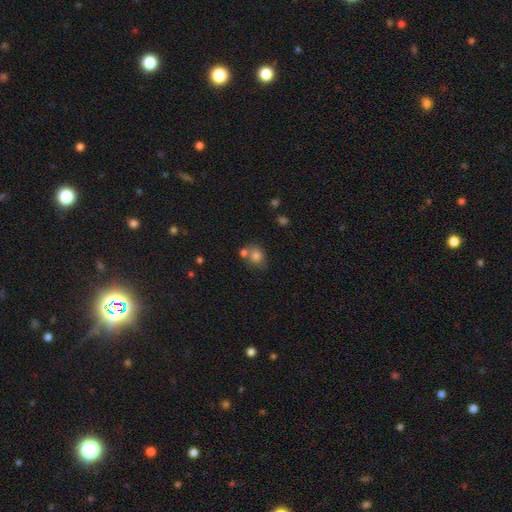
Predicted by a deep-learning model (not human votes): The model was most divided on "how rounded": round: 51%, in between: 48%, cigar-shaped: 1%. More confident: smooth or featured — smooth (79%); merging — none (50%).